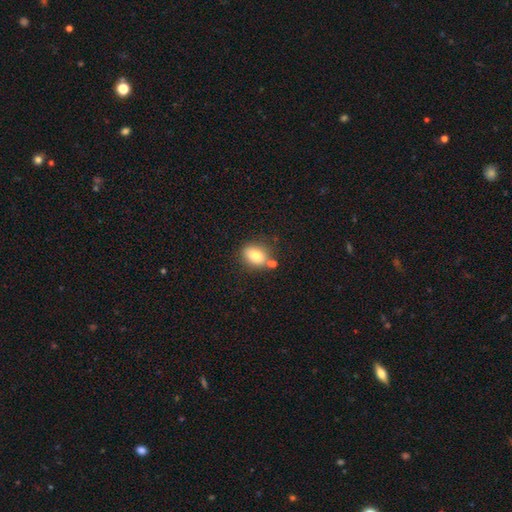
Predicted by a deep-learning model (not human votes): This is likely a smooth galaxy (79%). How rounded: likely in between (65%). Merging: likely none (65%).